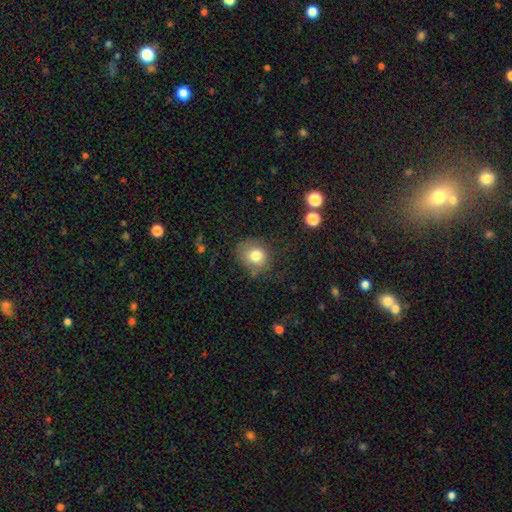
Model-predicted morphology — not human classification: Smooth or featured: smooth — 77% (featured or disk — 12%)
How rounded: round — 77% (in between — 22%)
Merging: none — 66% (minor disturbance — 22%)